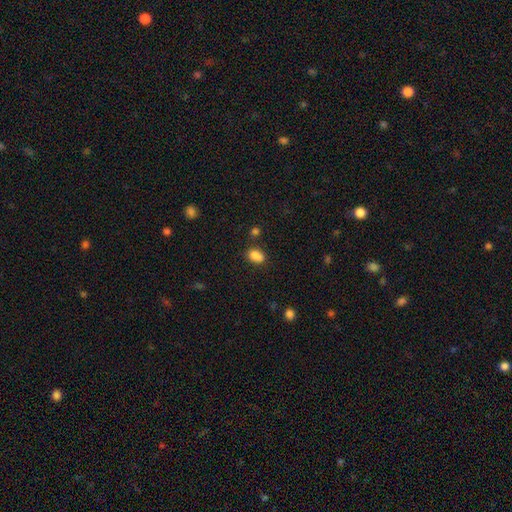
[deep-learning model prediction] Smooth or featured? smooth (83%)
How rounded? in between (74%)
Merging? none (57%)